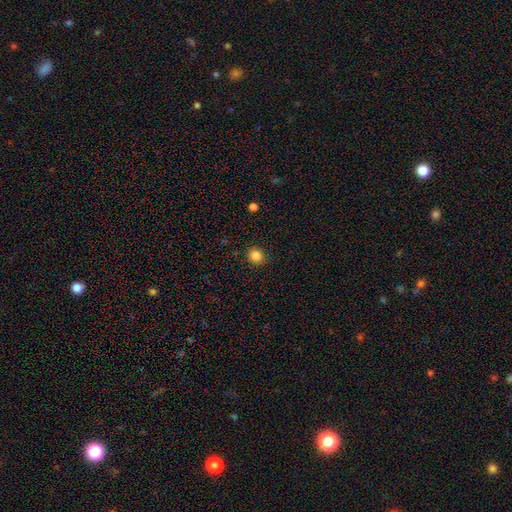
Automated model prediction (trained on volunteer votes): Morphology: type=smooth (84%); roundness=round (91%); merging=none (91%).